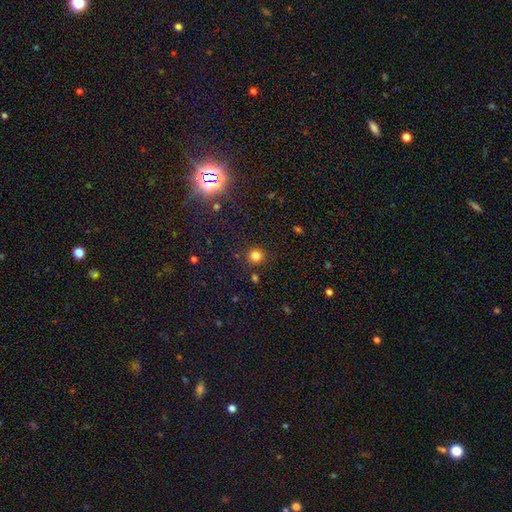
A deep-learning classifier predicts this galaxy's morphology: This appears to be a smooth galaxy with no disk features (80%) that is round (92%). Merging: none (87%).